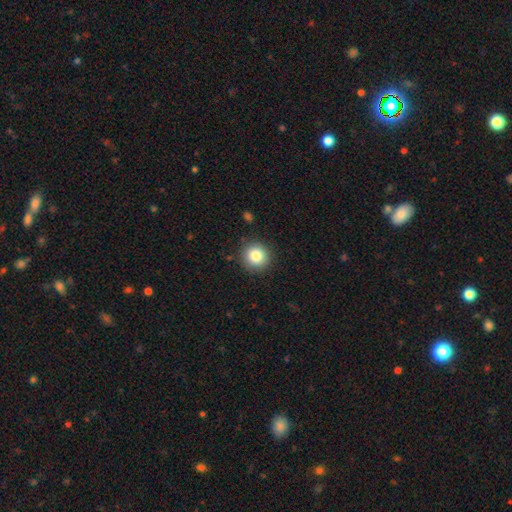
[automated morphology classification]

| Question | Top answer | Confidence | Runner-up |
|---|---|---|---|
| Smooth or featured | smooth | 83% | star or artifact (10%) |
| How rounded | round | 93% | in between (6%) |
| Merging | none | 88% | minor disturbance (8%) |